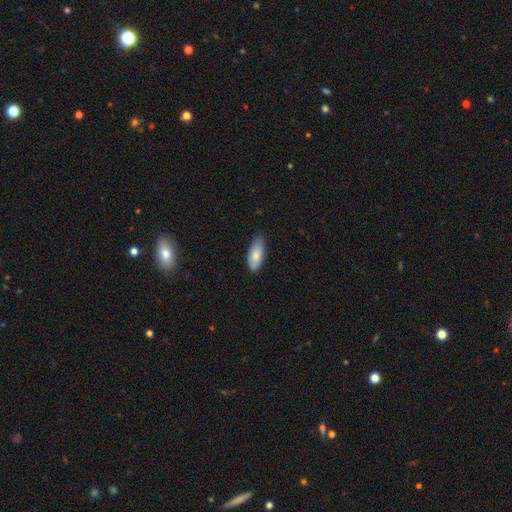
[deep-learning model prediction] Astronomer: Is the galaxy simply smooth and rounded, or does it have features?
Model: smooth — 81%.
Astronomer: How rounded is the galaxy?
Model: in between — 85%.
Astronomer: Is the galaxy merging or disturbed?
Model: none — 71%.